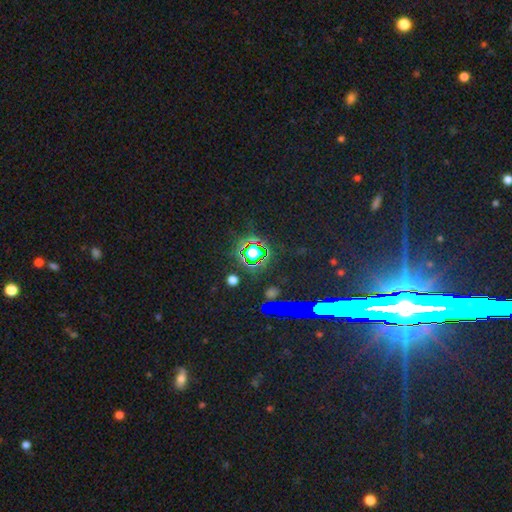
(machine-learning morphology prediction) This appears to be a star or artifact, not a galaxy (82%).